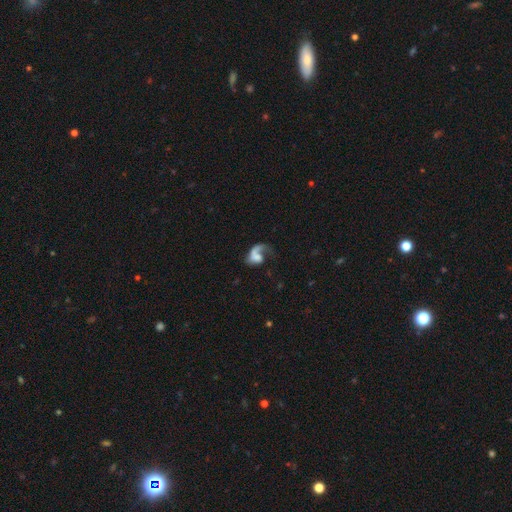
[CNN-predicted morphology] Overall: featured or disk (62%; smooth 29%). Edge-on disk: no (97%). Bar: no (71%). Spiral arms: yes (82%). Spiral arm count: 1 (87%). Spiral winding: loose (70%). Bulge size: none (35%; small 25%). Merging: major disturbance (46%; none 30%).